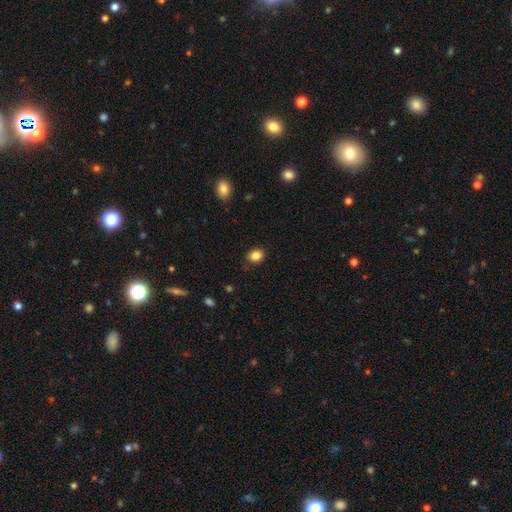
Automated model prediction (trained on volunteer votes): This is clearly a smooth galaxy (85%). How rounded: possibly round (50%). Merging: clearly none (85%).